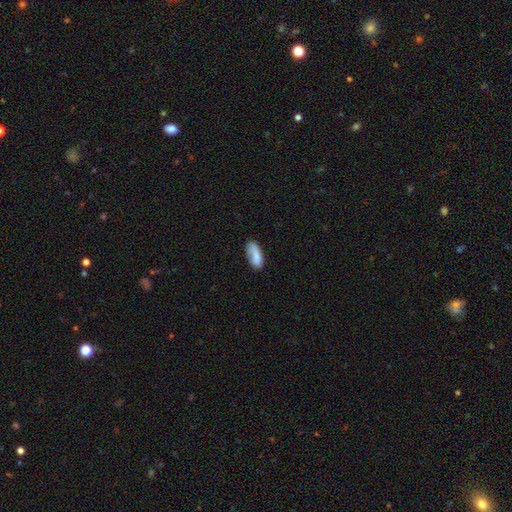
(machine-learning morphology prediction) A smooth galaxy with no disk features (82%) that is in between round and cigar-shaped (77%). Merging: none (61%).